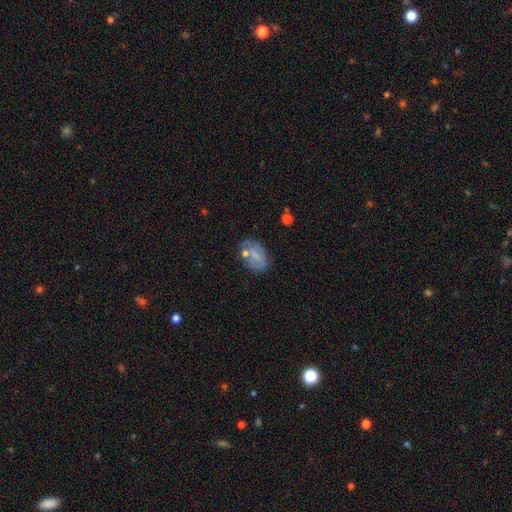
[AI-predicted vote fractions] smooth 49%, featured or disk 39%, star or artifact 12%. Down the decision tree: merging — none (58%).